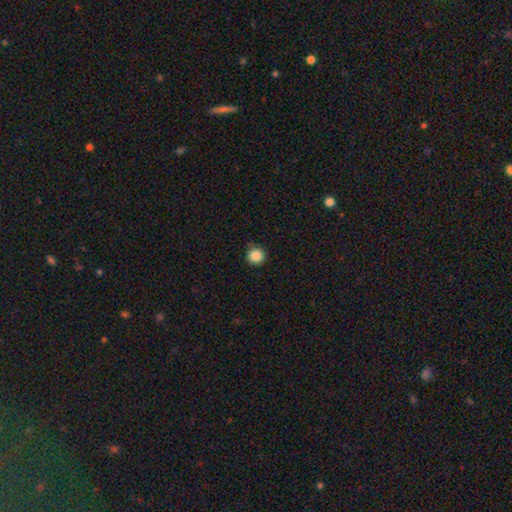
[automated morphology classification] Smooth or featured? smooth (86%)
How rounded? round (96%)
Merging? none (87%)